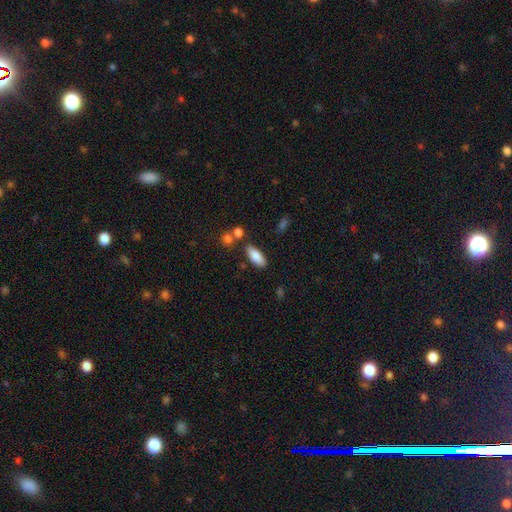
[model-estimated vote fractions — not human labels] smooth_or_featured: smooth (p=0.83) [alt: featured or disk p=0.10]
how_rounded: in between (p=0.80) [alt: cigar-shaped p=0.18]
merging: none (p=0.78) [alt: minor disturbance p=0.12]